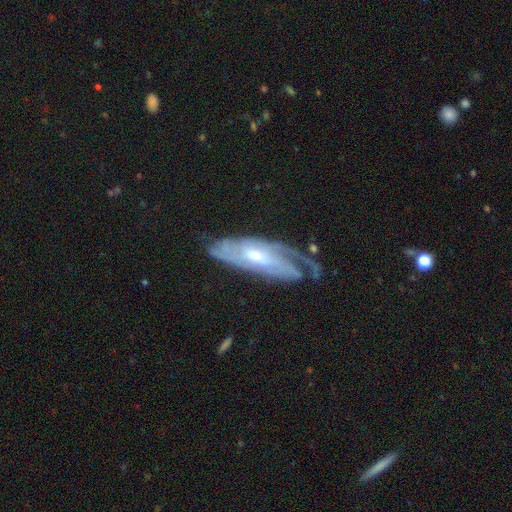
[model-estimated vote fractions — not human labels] Morphology: type=featured or disk (80%); edge-on=no (82%); bar=no (52%); spiral arms=yes (92%); winding=tight (56%); arm count=can't tell (45%); bulge=moderate (52%); merging=none (54%).